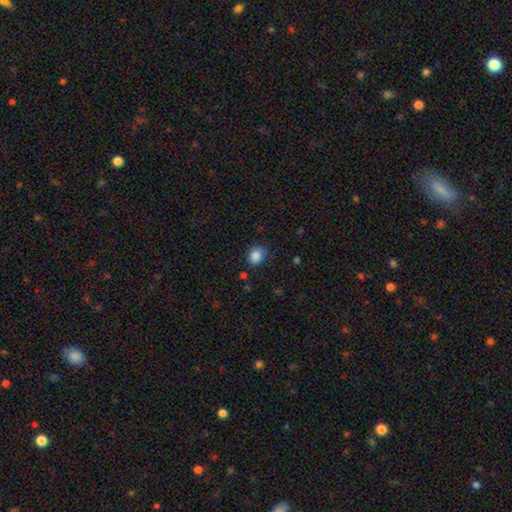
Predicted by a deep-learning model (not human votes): A smooth galaxy with no disk features (86%) that is in between round and cigar-shaped (52%).

Vote fractions:
- Smooth or featured? smooth: 86% / star or artifact: 10% / featured or disk: 4%
- How rounded? in between: 52% / round: 47% / cigar-shaped: 1%
- Merging? none: 74% / minor disturbance: 20% / major disturbance: 4% / merger: 2%